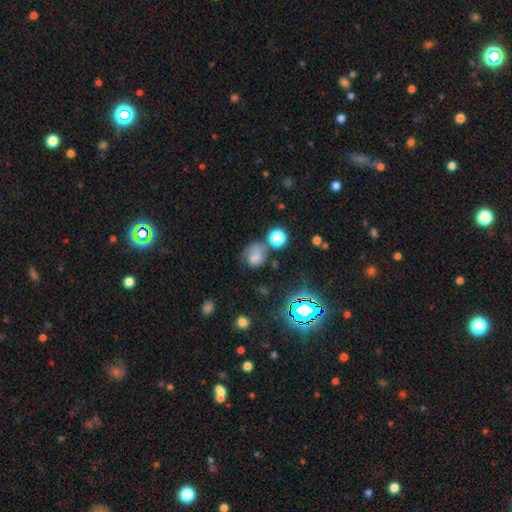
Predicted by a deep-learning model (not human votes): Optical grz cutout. It shows a smooth galaxy with no disk features (49%). Merging: none (42%).